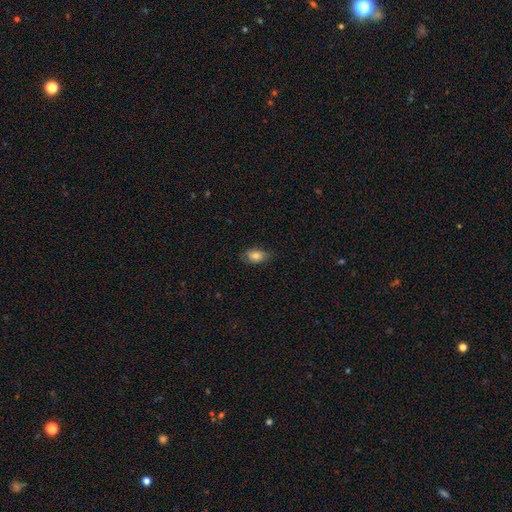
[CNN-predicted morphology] Overall: smooth (76%). How rounded: in between (88%). Merging: none (71%).